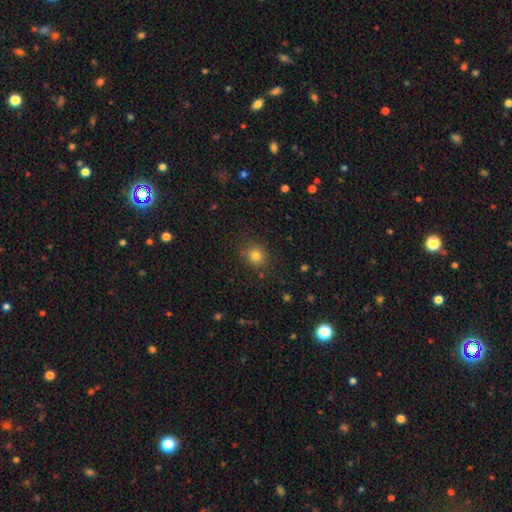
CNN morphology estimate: Q: Smooth or featured?
A: smooth (79%); runner-up: star or artifact (14%)
Q: How rounded?
A: round (82%); runner-up: in between (17%)
Q: Merging?
A: none (84%); runner-up: minor disturbance (11%)